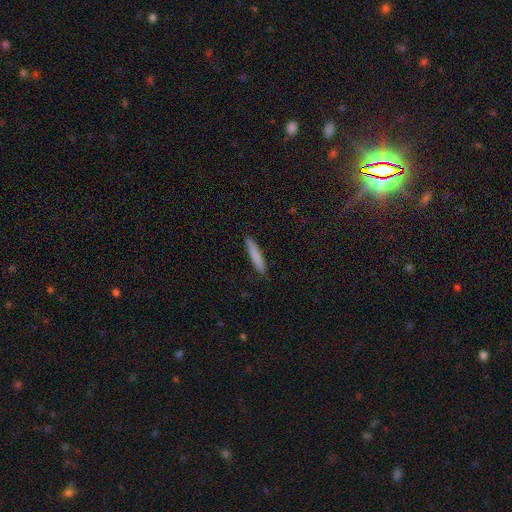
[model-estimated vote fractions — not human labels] The model was most divided on "smooth or featured": smooth: 81%, featured or disk: 13%, star or artifact: 6%. More confident: how rounded — cigar-shaped (94%); merging — none (89%).